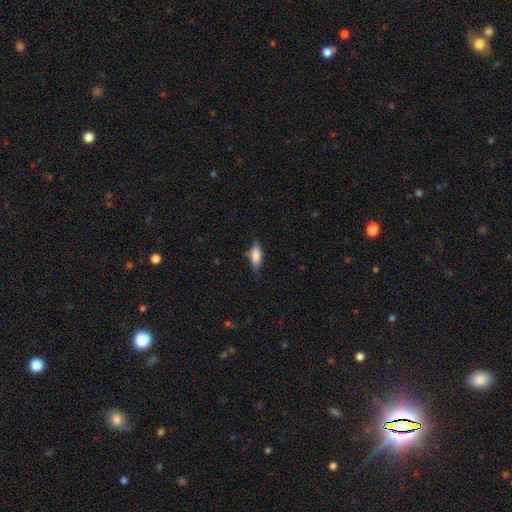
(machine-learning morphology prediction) This appears to be a smooth galaxy with no disk features (79%) that is in between round and cigar-shaped (70%). Merging: none (71%).